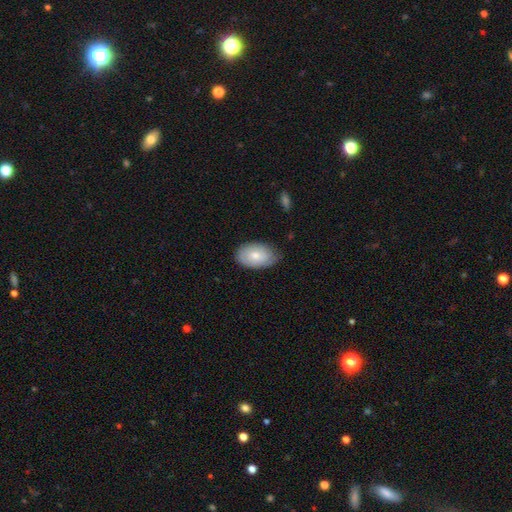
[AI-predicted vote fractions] Overall: smooth (72%). How rounded: in between (90%). Merging: none (68%).